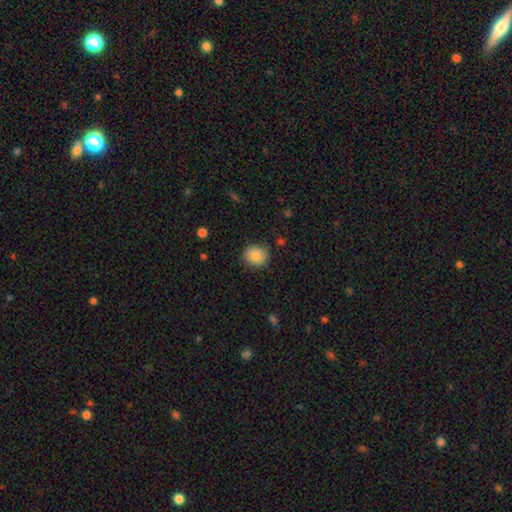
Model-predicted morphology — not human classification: smooth_or_featured: smooth (p=0.86) [alt: star or artifact p=0.08]
how_rounded: round (p=0.80) [alt: in between p=0.19]
merging: none (p=0.85) [alt: minor disturbance p=0.11]